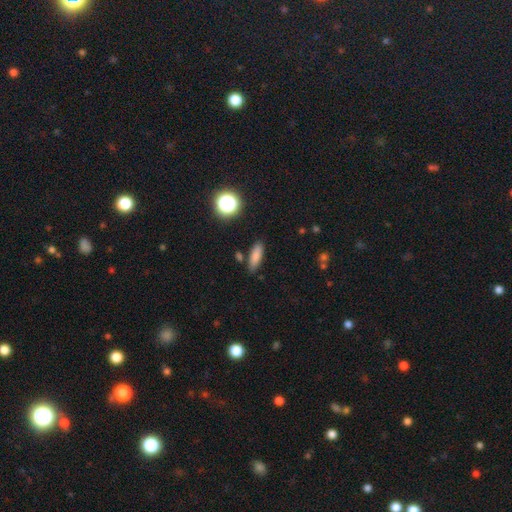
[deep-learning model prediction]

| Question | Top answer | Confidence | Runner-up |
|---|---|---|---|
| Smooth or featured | smooth | 82% | star or artifact (11%) |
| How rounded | in between | 53% | cigar-shaped (43%) |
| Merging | none | 83% | minor disturbance (11%) |